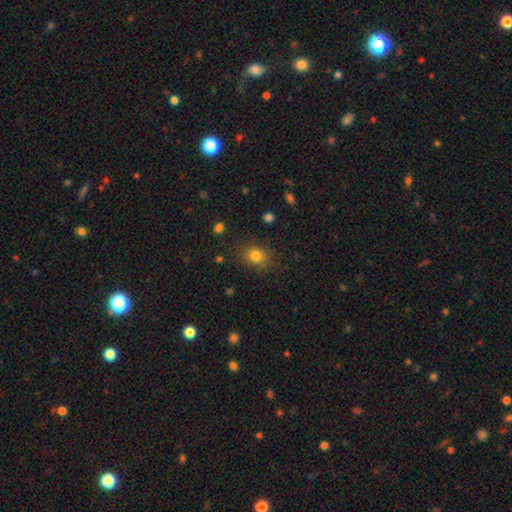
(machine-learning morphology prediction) smooth-or-featured: smooth: 81% | star or artifact: 12% | featured or disk: 7%
  how-rounded: round: 60% | in between: 39% | cigar-shaped: 1%
  merging: none: 81% | minor disturbance: 13% | major disturbance: 4% | merger: 2%